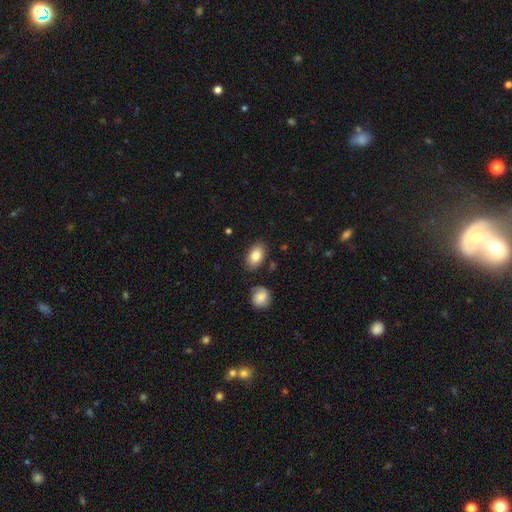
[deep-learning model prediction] Overall: smooth (82%). How rounded: in between (90%). Merging: none (82%).